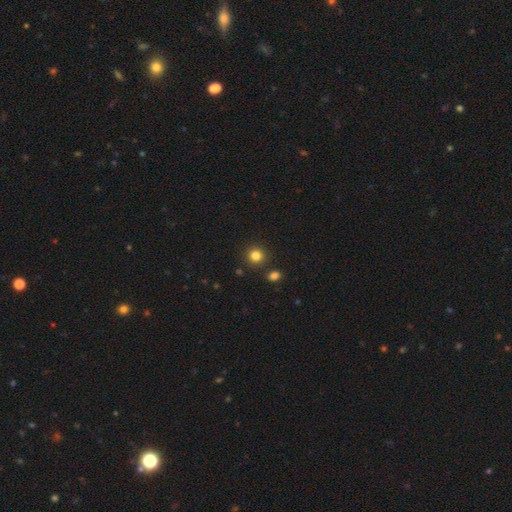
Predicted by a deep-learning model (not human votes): Smooth or featured: smooth — 82% (star or artifact — 13%)
How rounded: round — 92% (in between — 7%)
Merging: none — 86% (minor disturbance — 6%)